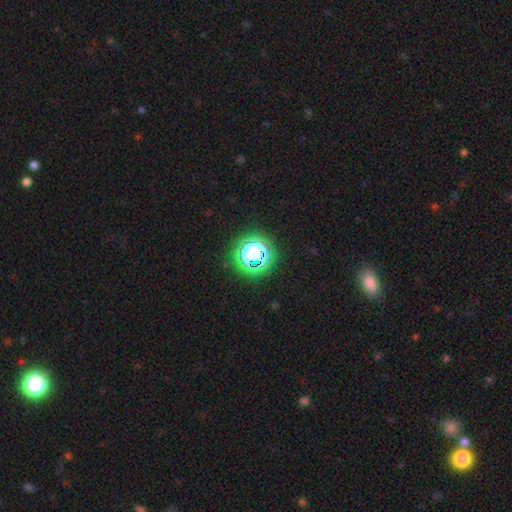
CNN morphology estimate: Smooth or featured? star or artifact (72%)